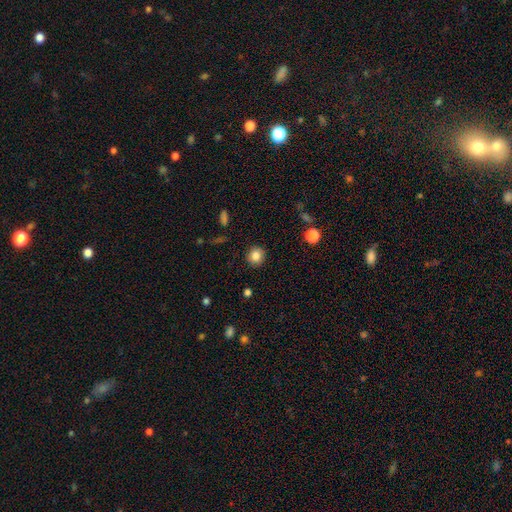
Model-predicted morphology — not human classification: smooth_or_featured: smooth (p=0.83) [alt: star or artifact p=0.10]
how_rounded: round (p=0.88) [alt: in between p=0.11]
merging: none (p=0.90) [alt: minor disturbance p=0.07]